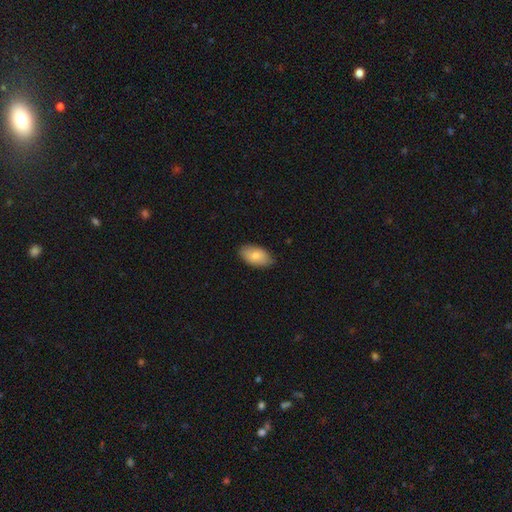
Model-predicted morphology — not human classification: Smooth or featured?
  - smooth: 81% *
  - featured or disk: 13%
  - star or artifact: 6%
How rounded?
  - in between: 94% *
  - round: 4%
  - cigar-shaped: 2%
Merging?
  - none: 82% *
  - minor disturbance: 15%
  - major disturbance: 2%
  - merger: 1%